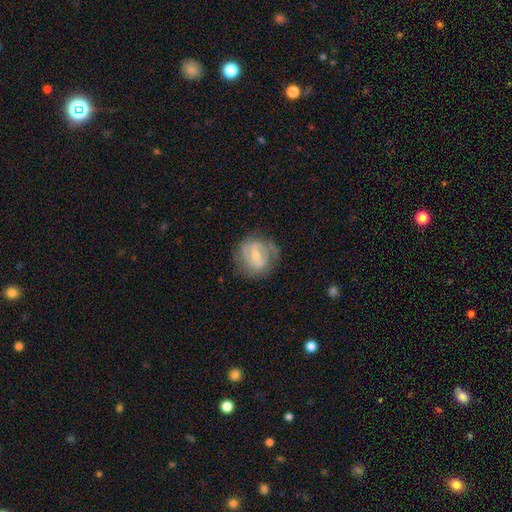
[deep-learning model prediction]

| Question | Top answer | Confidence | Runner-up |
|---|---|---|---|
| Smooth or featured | featured or disk | 72% | smooth (22%) |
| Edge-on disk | no | 97% | yes (3%) |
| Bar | weak | 52% | strong (28%) |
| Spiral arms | yes | 78% | no (22%) |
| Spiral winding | tight | 51% | medium (36%) |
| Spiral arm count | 2 | 59% | can't tell (25%) |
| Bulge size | small | 48% | moderate (43%) |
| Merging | none | 68% | minor disturbance (20%) |